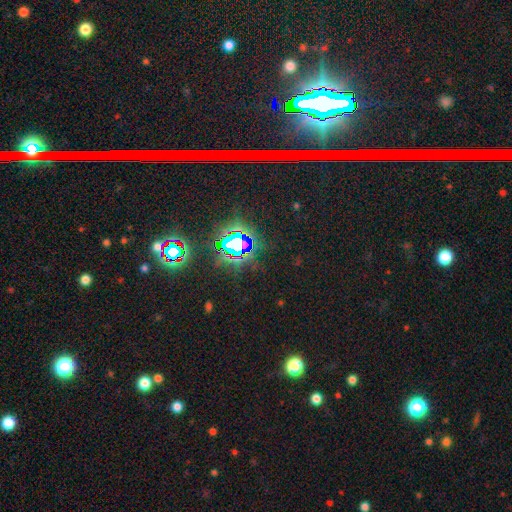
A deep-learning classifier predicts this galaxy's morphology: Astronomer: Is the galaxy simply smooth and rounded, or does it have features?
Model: star or artifact — 80%.